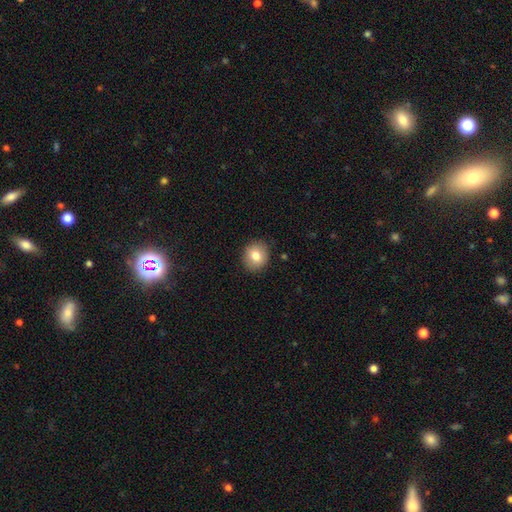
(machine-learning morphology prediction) Smooth or featured? smooth (80%)
How rounded? round (76%)
Merging? none (89%)